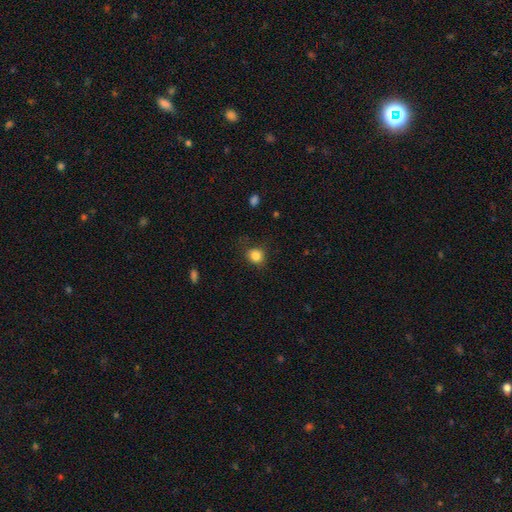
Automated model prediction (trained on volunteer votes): Overall: smooth (83%). How rounded: round (82%). Merging: none (78%).